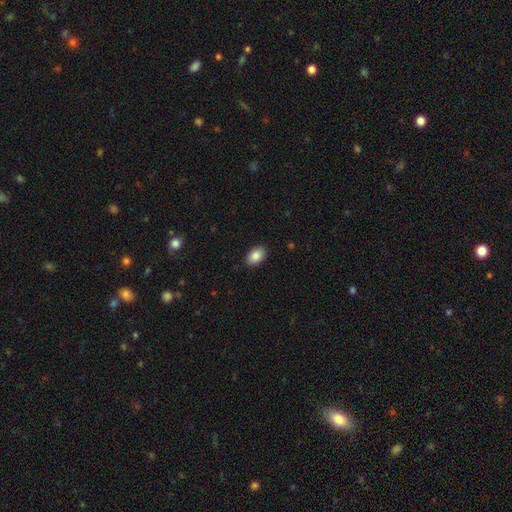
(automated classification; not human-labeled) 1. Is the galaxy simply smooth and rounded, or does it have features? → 87% smooth, 7% star or artifact, 5% featured or disk.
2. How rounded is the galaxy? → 88% in between, 11% round, 1% cigar-shaped.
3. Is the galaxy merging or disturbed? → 89% none, 8% minor disturbance, 2% major disturbance, 1% merger.